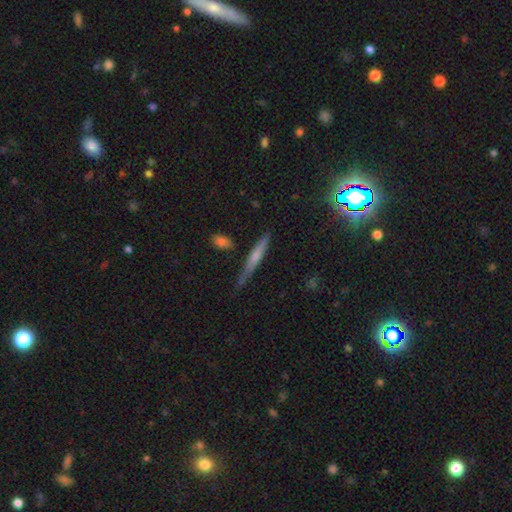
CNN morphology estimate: Smooth or featured? smooth (46%)
Merging? none (71%)